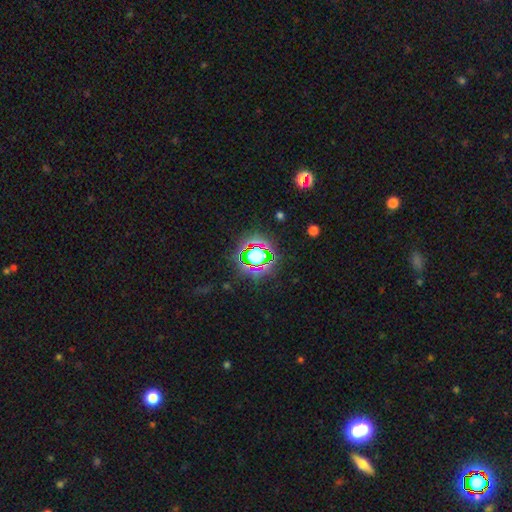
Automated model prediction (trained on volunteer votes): A star or artifact, not a galaxy (70%).